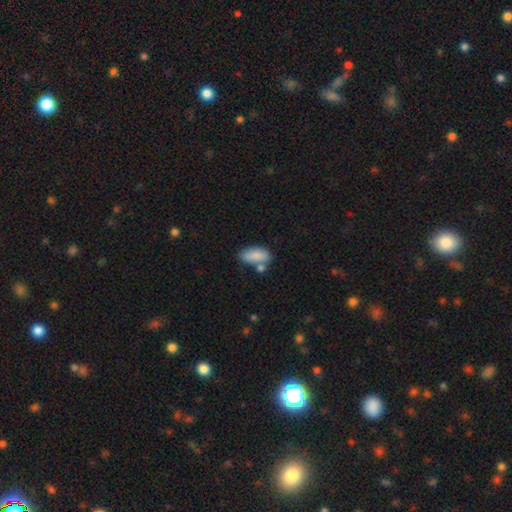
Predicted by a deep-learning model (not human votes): Smooth or featured?
  - smooth: 83% *
  - featured or disk: 10%
  - star or artifact: 7%
How rounded?
  - in between: 89% *
  - cigar-shaped: 8%
  - round: 3%
Merging?
  - none: 54% *
  - merger: 22%
  - minor disturbance: 19%
  - major disturbance: 5%